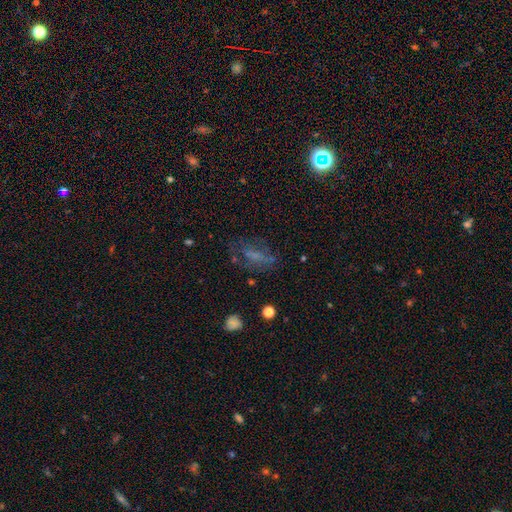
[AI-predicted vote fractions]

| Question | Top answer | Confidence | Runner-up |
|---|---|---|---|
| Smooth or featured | smooth | 42% | featured or disk (36%) |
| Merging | none | 54% | minor disturbance (22%) |